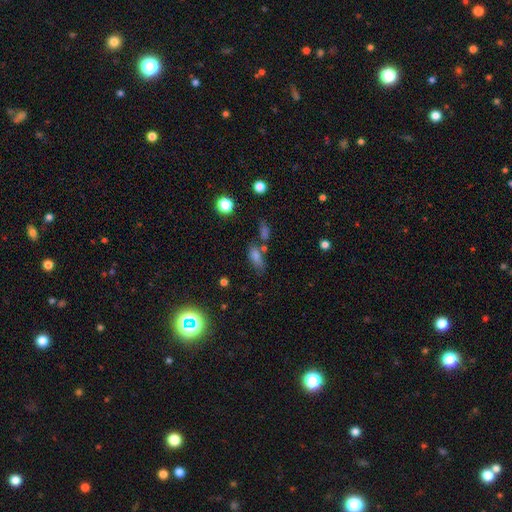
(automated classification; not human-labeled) Smooth or featured? Predicted: smooth (p=0.68). How rounded? Predicted: in between (p=0.67). Merging? Predicted: none (p=0.55).